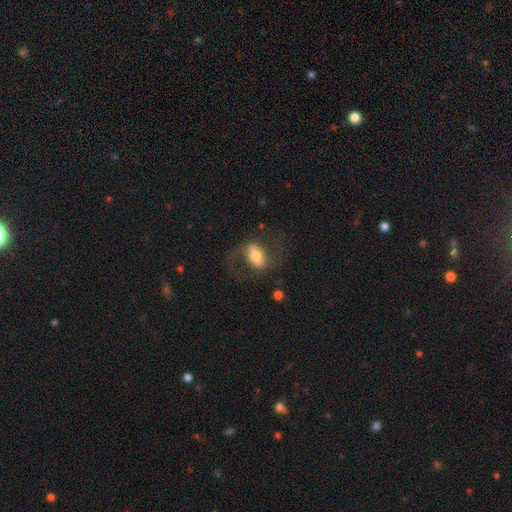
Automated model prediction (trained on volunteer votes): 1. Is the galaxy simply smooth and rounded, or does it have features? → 56% featured or disk, 36% smooth, 7% star or artifact.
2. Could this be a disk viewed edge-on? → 93% no, 7% yes.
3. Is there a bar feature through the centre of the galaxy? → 46% strong, 33% weak, 21% no.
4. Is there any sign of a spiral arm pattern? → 77% yes, 23% no.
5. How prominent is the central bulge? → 60% moderate, 20% large, 15% small, 3% dominant, 2% none.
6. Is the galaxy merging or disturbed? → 62% none, 20% major disturbance, 16% minor disturbance, 2% merger.